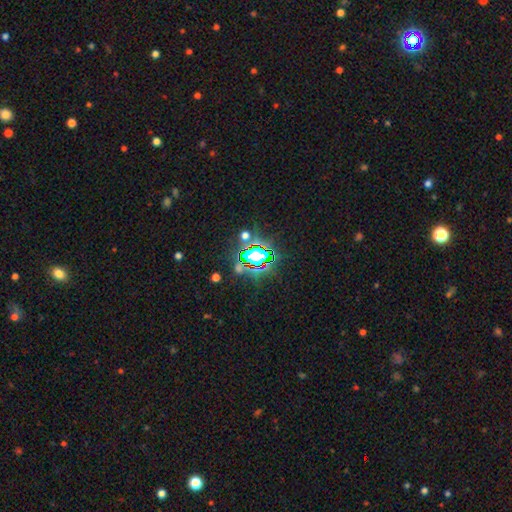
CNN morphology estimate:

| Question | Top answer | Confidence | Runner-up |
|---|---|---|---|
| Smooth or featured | star or artifact | 83% | smooth (10%) |